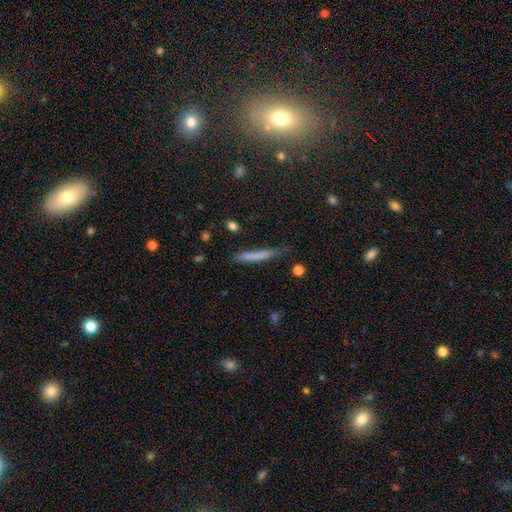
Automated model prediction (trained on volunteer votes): smooth-or-featured: smooth: 69% | featured or disk: 23% | star or artifact: 8%
  how-rounded: cigar-shaped: 94% | in between: 4% | round: 2%
  merging: none: 65% | minor disturbance: 25% | major disturbance: 7% | merger: 3%